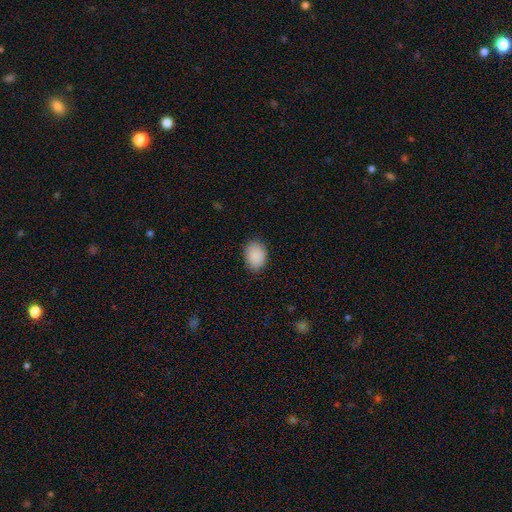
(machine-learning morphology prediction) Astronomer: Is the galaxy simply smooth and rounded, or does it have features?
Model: smooth — 90%.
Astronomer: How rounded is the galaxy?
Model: in between — 78%.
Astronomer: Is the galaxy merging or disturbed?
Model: none — 85%.